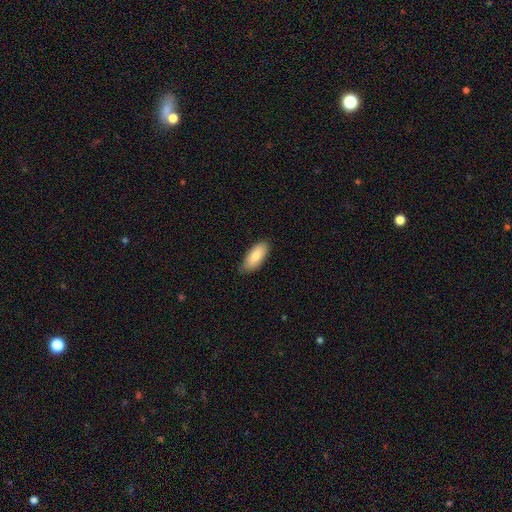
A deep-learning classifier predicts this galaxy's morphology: The model was most divided on "how rounded": in between: 83%, cigar-shaped: 15%, round: 2%. More confident: smooth or featured — smooth (83%); merging — none (83%).